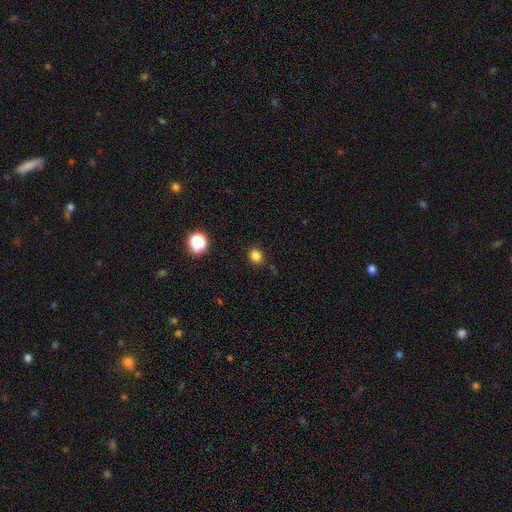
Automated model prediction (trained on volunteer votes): A smooth galaxy with no disk features (82%) that is round (76%).

Vote fractions:
- Smooth or featured? smooth: 82% / star or artifact: 14% / featured or disk: 4%
- How rounded? round: 76% / in between: 23% / cigar-shaped: 1%
- Merging? none: 88% / minor disturbance: 8% / major disturbance: 2% / merger: 2%